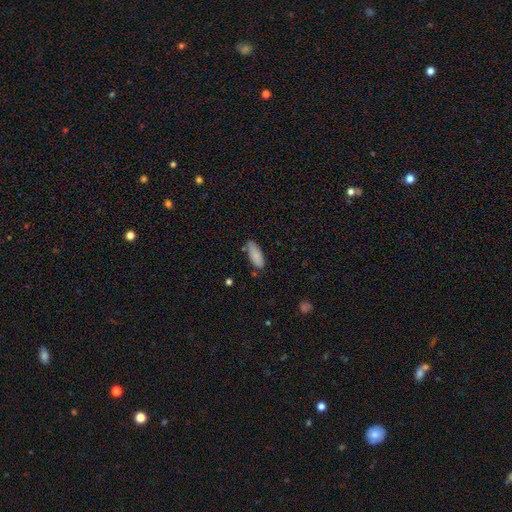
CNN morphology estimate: Q: Smooth or featured?
A: smooth (86%); runner-up: featured or disk (7%)
Q: How rounded?
A: in between (74%); runner-up: cigar-shaped (24%)
Q: Merging?
A: none (72%); runner-up: minor disturbance (20%)